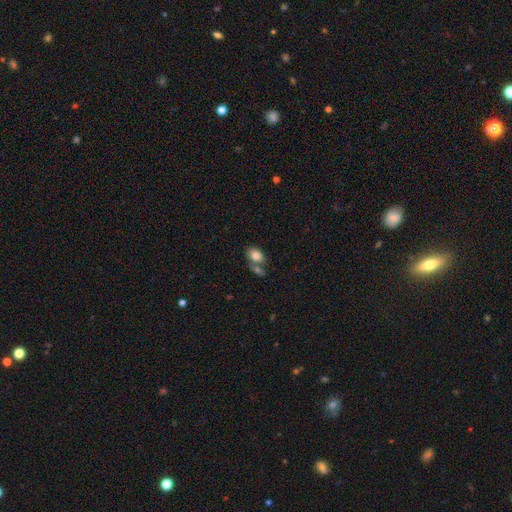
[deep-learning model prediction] Q: Smooth or featured?
A: smooth (80%); runner-up: featured or disk (12%)
Q: How rounded?
A: in between (84%); runner-up: round (14%)
Q: Merging?
A: none (46%); runner-up: merger (36%)